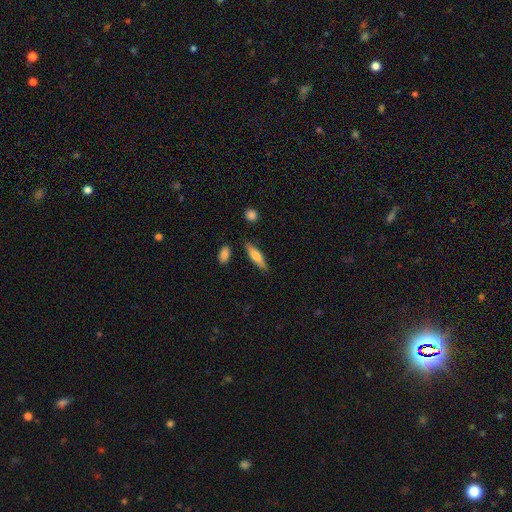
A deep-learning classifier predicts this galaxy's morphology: smooth 68%, featured or disk 26%, star or artifact 6%. Down the decision tree: how rounded — cigar-shaped (68%); merging — none (83%).